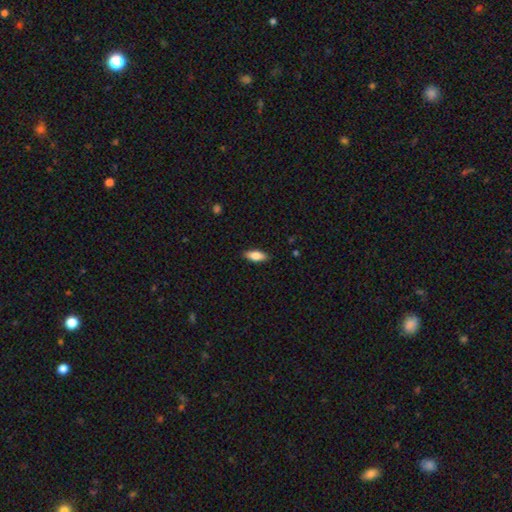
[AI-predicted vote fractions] Smooth or featured? smooth (79%)
How rounded? in between (78%)
Merging? none (88%)